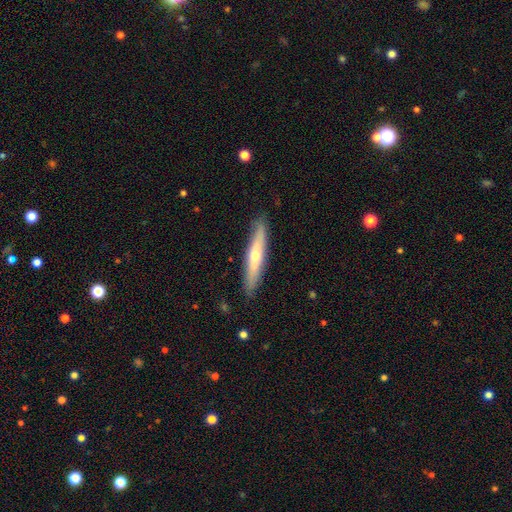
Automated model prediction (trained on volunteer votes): Q: Smooth or featured?
A: featured or disk (52%); runner-up: smooth (42%)
Q: Edge-on disk?
A: yes (84%); runner-up: no (16%)
Q: Merging?
A: none (88%); runner-up: minor disturbance (9%)